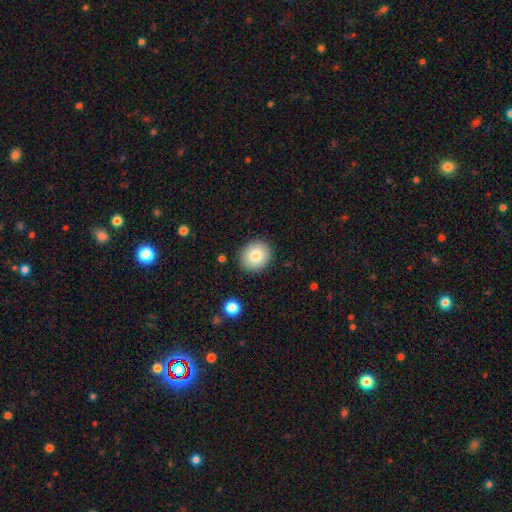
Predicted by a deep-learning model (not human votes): The model was most divided on "how rounded": round: 75%, in between: 25%, cigar-shaped: 1%. More confident: merging — none (89%); smooth or featured — smooth (81%).